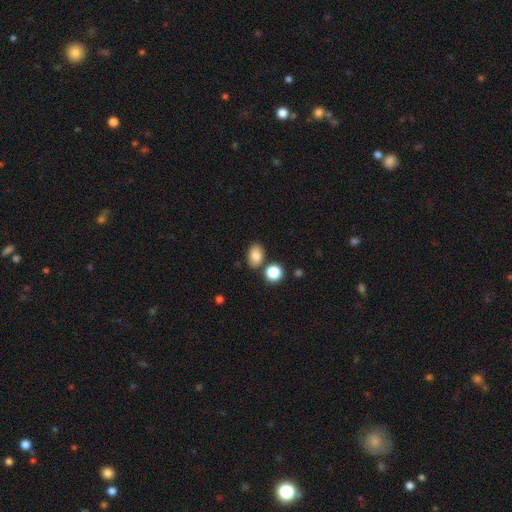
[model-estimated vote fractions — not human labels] Q: Smooth or featured?
A: smooth (83%); runner-up: star or artifact (10%)
Q: How rounded?
A: in between (81%); runner-up: round (18%)
Q: Merging?
A: none (78%); runner-up: minor disturbance (11%)